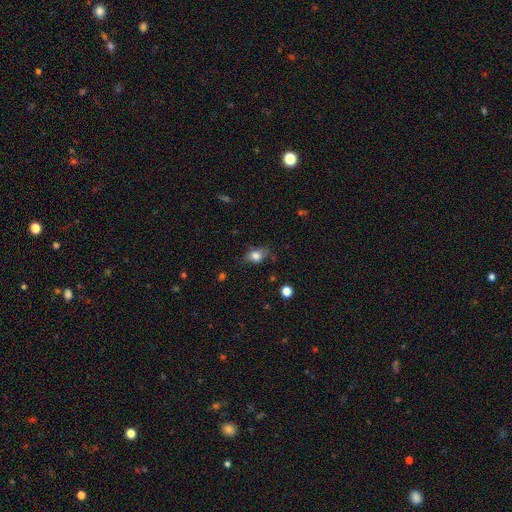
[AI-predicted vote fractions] Smooth or featured? smooth (80%)
How rounded? in between (69%)
Merging? none (67%)